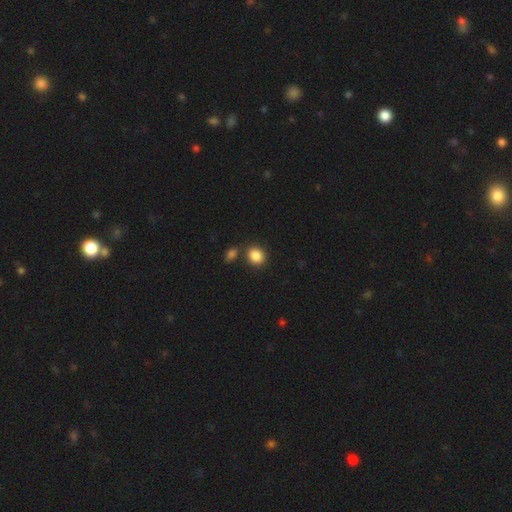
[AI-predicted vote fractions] Smooth or featured? smooth (87%)
How rounded? round (58%)
Merging? none (71%)